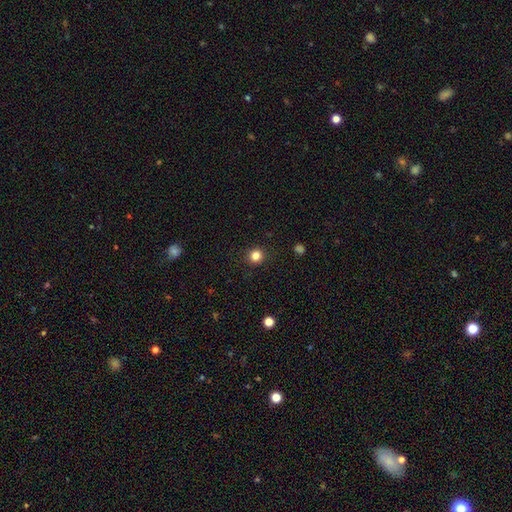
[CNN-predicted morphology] Q: Smooth or featured?
A: smooth (83%); runner-up: star or artifact (12%)
Q: How rounded?
A: round (92%); runner-up: in between (7%)
Q: Merging?
A: none (91%); runner-up: minor disturbance (6%)